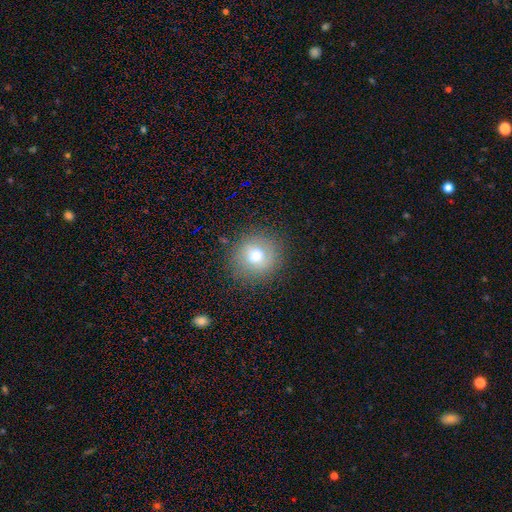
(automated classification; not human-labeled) This is likely a smooth galaxy (71%). How rounded: clearly round (88%). Merging: clearly none (84%).